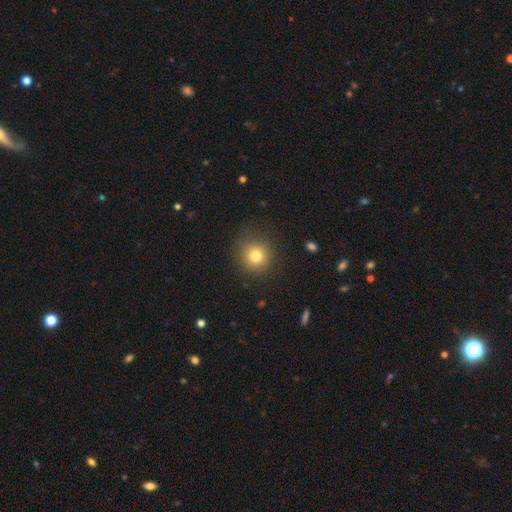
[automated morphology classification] Q: Smooth or featured?
A: smooth (78%); runner-up: star or artifact (13%)
Q: How rounded?
A: round (92%); runner-up: in between (7%)
Q: Merging?
A: none (87%); runner-up: minor disturbance (9%)